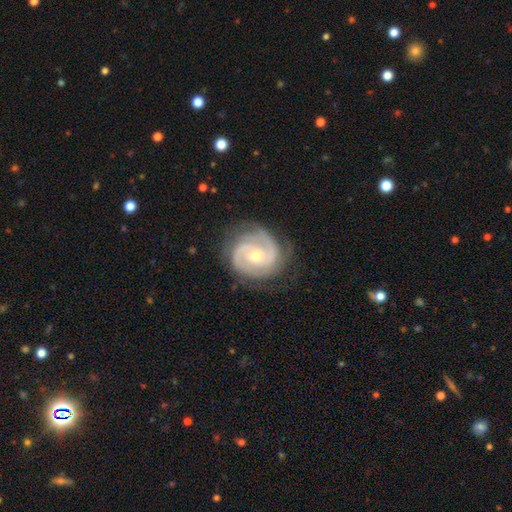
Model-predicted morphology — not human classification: A featured or disk galaxy (90%) with no bar (59%), 2 (57%) tight (63%) spiral arms (98%) and a moderate central bulge (50%).

Vote fractions:
- Smooth or featured? featured or disk: 90% / smooth: 5% / star or artifact: 4%
- Edge-on disk? no: 98% / yes: 2%
- Bar? no: 59% / weak: 32% / strong: 10%
- Spiral arms? yes: 98% / no: 2%
- Spiral winding? tight: 63% / medium: 32% / loose: 5%
- Spiral arm count? 2: 57% / 3: 25% / can't tell: 8% / 4: 4% / 1: 3% / more than 4: 3%
- Bulge size? moderate: 50% / small: 47% / large: 1% / none: 1% / dominant: 1%
- Merging? none: 79% / minor disturbance: 15% / major disturbance: 5% / merger: 1%